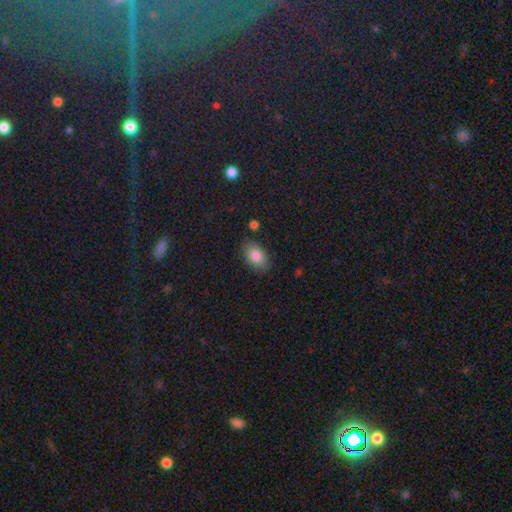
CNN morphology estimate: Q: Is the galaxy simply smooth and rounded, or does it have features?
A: smooth — 82%.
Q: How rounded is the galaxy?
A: in between — 87%.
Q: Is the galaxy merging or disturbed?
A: none — 84%.